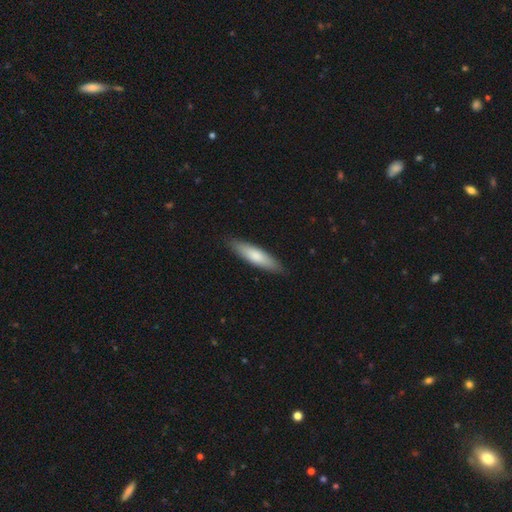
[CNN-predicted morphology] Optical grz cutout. It shows a smooth galaxy with no disk features (76%) that is cigar-shaped (74%). Merging: none (88%).